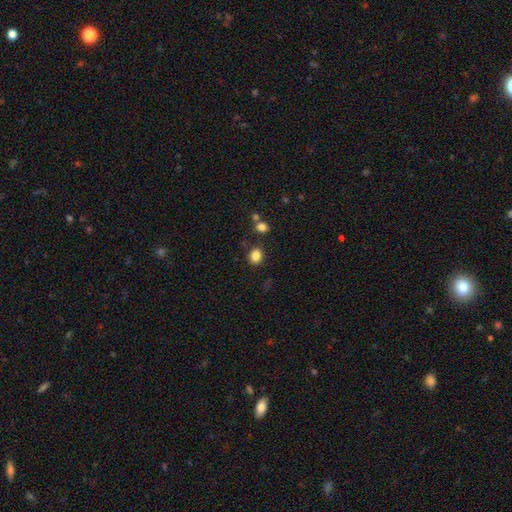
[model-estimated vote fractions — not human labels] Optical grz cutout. It shows a smooth galaxy with no disk features (84%) that is round (52%). Merging: none (82%).